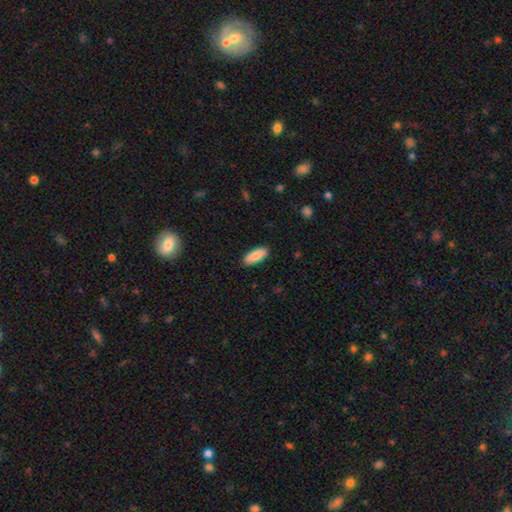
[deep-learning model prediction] Morphology: type=smooth (86%); roundness=in between (79%); merging=none (88%).